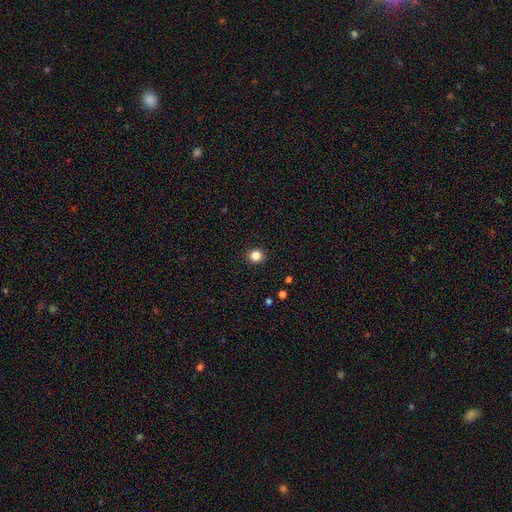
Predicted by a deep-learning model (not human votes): Morphology: type=smooth (84%); roundness=round (89%); merging=none (92%).